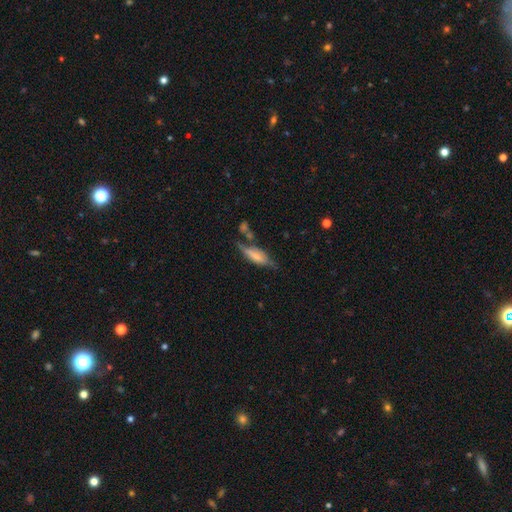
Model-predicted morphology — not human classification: smooth_or_featured: smooth (p=0.50) [alt: featured or disk p=0.43]
merging: none (p=0.49) [alt: minor disturbance p=0.25]